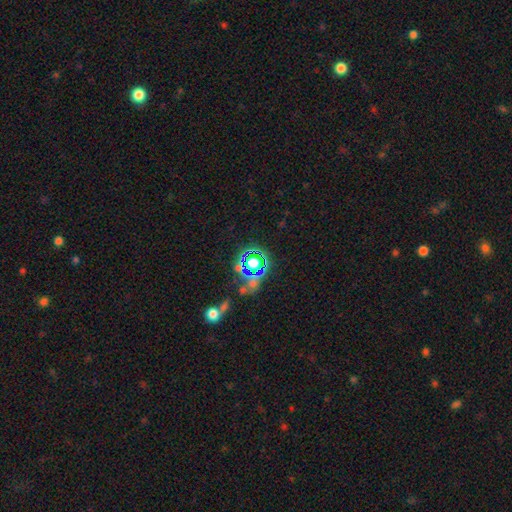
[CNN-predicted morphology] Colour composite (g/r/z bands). It shows a star or artifact, not a galaxy (66%).